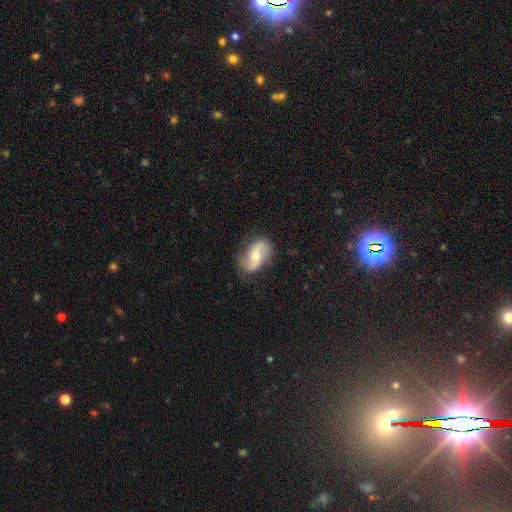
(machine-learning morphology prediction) type=featured or disk (68%); edge-on=no (96%); bar=no (46%); spiral arms=yes (91%); winding=loose (64%); arm count=2 (90%); bulge=moderate (65%); merging=none (77%).